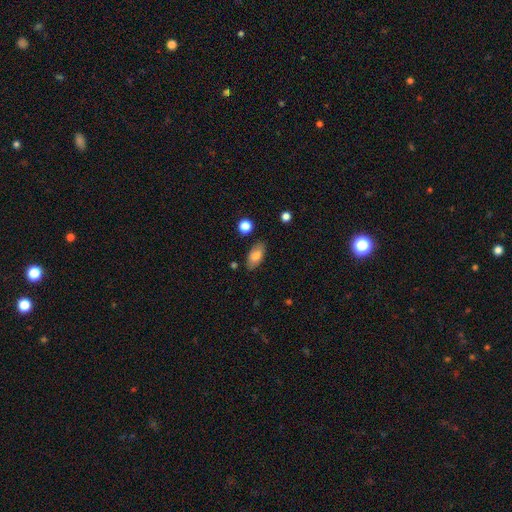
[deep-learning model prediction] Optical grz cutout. It shows a smooth galaxy with no disk features (79%) that is in between round and cigar-shaped (90%). Merging: none (83%).